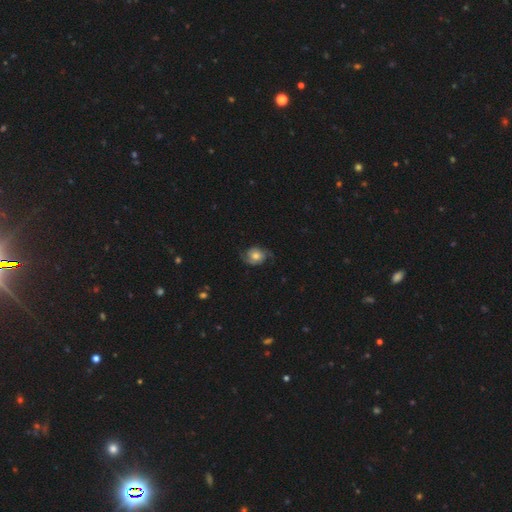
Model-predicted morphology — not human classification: This appears to be a featured or disk galaxy (68%) with no bar (75%), 2 (87%) medium (42%) spiral arms (92%) and a moderate central bulge (63%). Merging: none (70%).